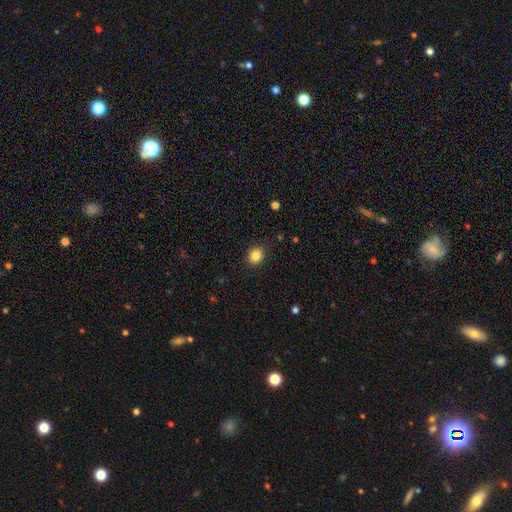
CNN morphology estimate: Smooth or featured: smooth — 85% (star or artifact — 10%)
How rounded: round — 61% (in between — 38%)
Merging: none — 89% (minor disturbance — 8%)